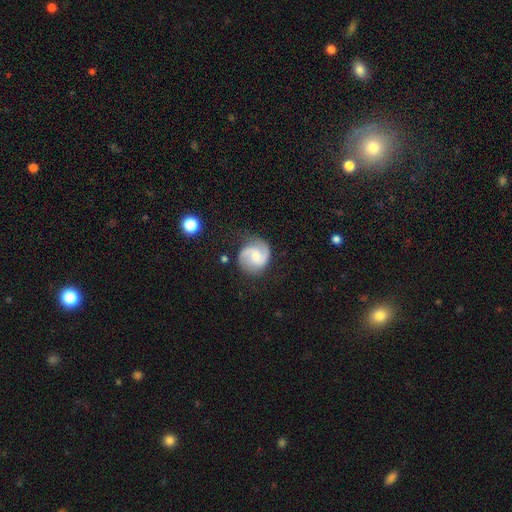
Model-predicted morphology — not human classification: The model was most divided on "bulge size": moderate: 50%, small: 45%, none: 3%, large: 2%, dominant: 1%. More confident: edge-on disk — no (98%); spiral arms — yes (97%); spiral arm count — 2 (91%); smooth or featured — featured or disk (84%); merging — none (77%); bar — no (54%); spiral winding — medium (53%).